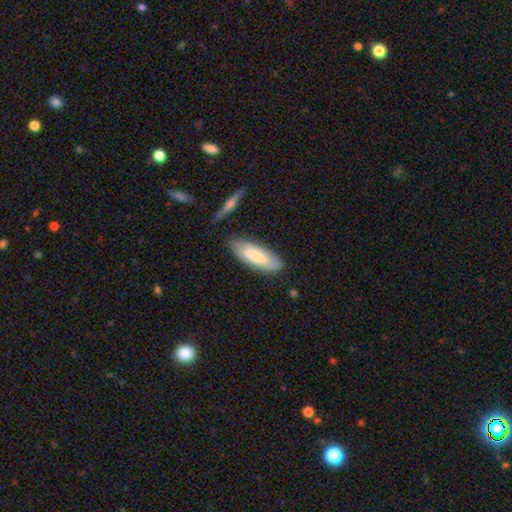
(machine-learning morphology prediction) Overall: smooth (70%). How rounded: in between (58%; cigar-shaped 40%). Merging: none (78%).